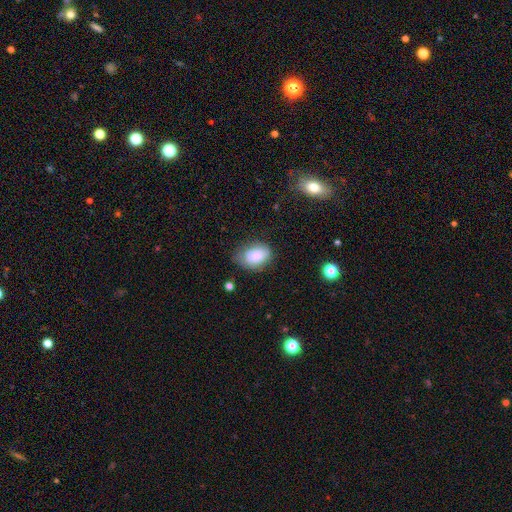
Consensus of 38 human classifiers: Q: Smooth or featured?
A: smooth (89%); runner-up: featured or disk (5%)
Q: How rounded?
A: in between (74%); runner-up: round (26%)
Q: Merging?
A: none (61%); runner-up: minor disturbance (31%)